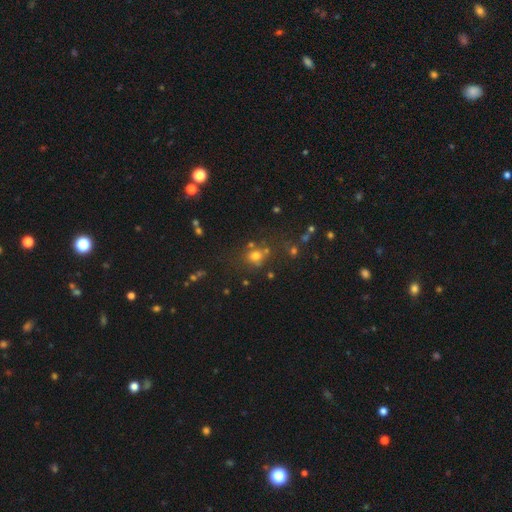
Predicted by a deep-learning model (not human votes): Overall: smooth (67%). How rounded: round (77%). Merging: none (65%).